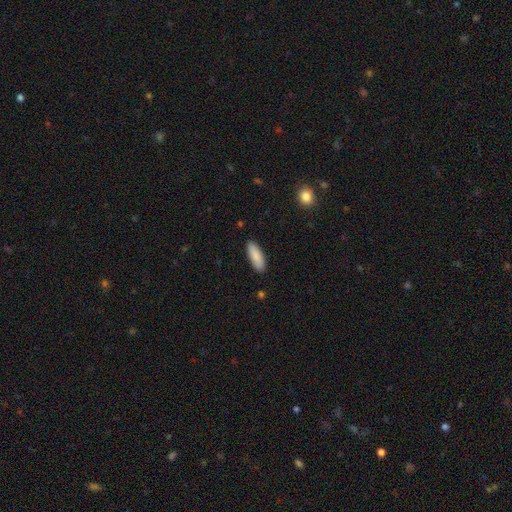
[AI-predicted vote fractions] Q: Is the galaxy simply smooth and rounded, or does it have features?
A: smooth — 88%.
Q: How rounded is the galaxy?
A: in between — 61%.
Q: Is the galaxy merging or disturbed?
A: none — 89%.